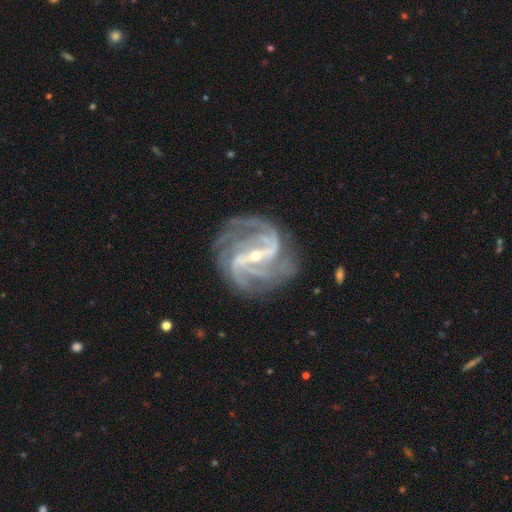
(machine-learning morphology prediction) smooth_or_featured: featured or disk (p=0.93) [alt: star or artifact p=0.05]
disk_edge_on: no (p=0.97) [alt: yes p=0.03]
bar: strong (p=0.68) [alt: weak p=0.25]
has_spiral_arms: yes (p=0.98) [alt: no p=0.02]
spiral_winding: medium (p=0.51) [alt: tight p=0.31]
spiral_arm_count: 2 (p=0.30) [alt: 3 p=0.27]
bulge_size: small (p=0.69) [alt: moderate p=0.28]
merging: none (p=0.74) [alt: minor disturbance p=0.15]